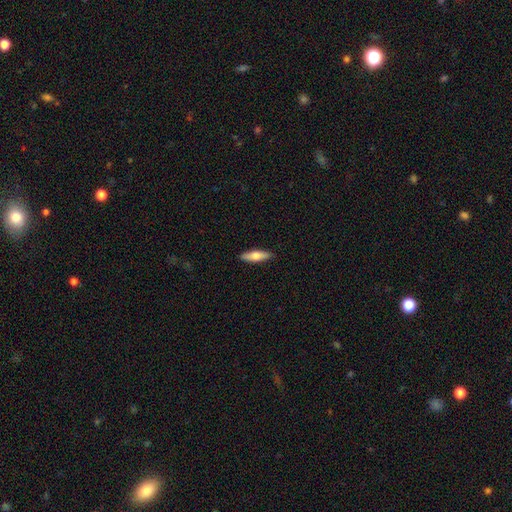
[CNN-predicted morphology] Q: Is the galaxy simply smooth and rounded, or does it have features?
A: smooth — 65%.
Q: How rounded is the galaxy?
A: cigar-shaped — 59%.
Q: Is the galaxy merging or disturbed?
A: none — 89%.